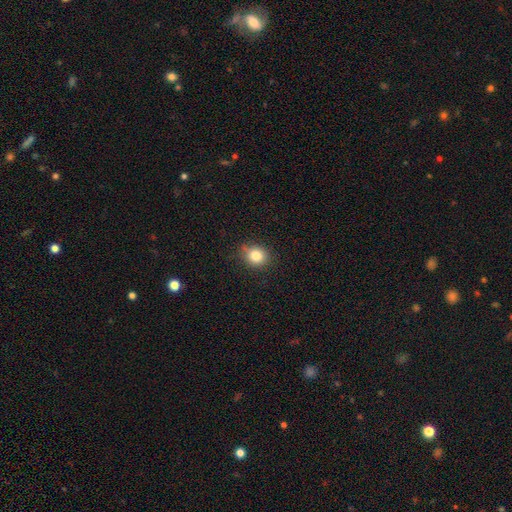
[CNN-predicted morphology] This is clearly a smooth galaxy (81%). How rounded: likely round (78%). Merging: likely none (80%).